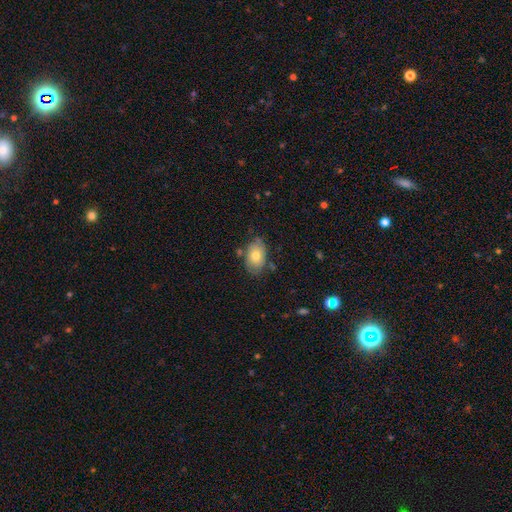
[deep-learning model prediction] This is likely a smooth galaxy (74%). How rounded: clearly in between (87%). Merging: likely none (70%).